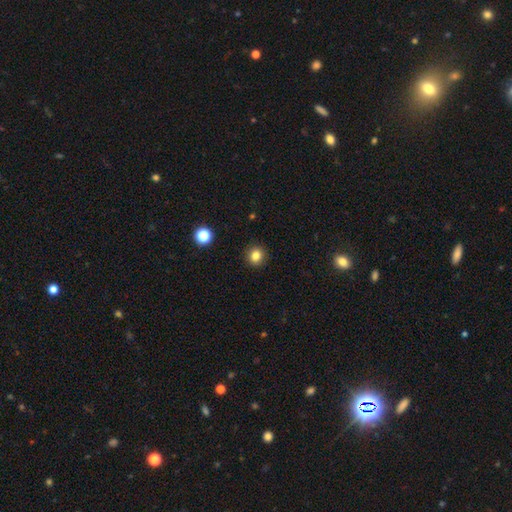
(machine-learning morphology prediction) Smooth or featured? Predicted: smooth (p=0.82). How rounded? Predicted: round (p=0.86). Merging? Predicted: none (p=0.91).